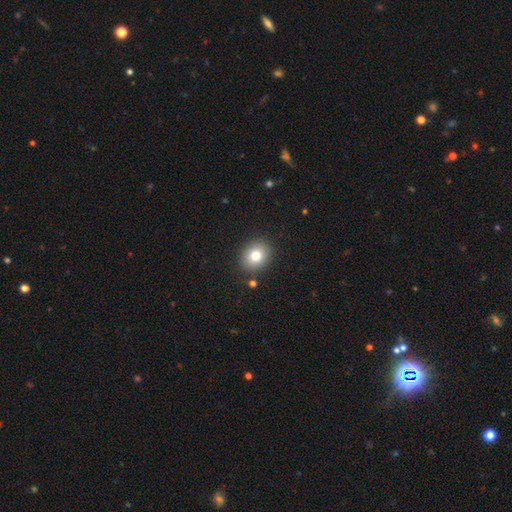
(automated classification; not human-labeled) Q: Smooth or featured?
A: smooth (78%); runner-up: featured or disk (11%)
Q: How rounded?
A: round (60%); runner-up: in between (39%)
Q: Merging?
A: none (87%); runner-up: minor disturbance (8%)